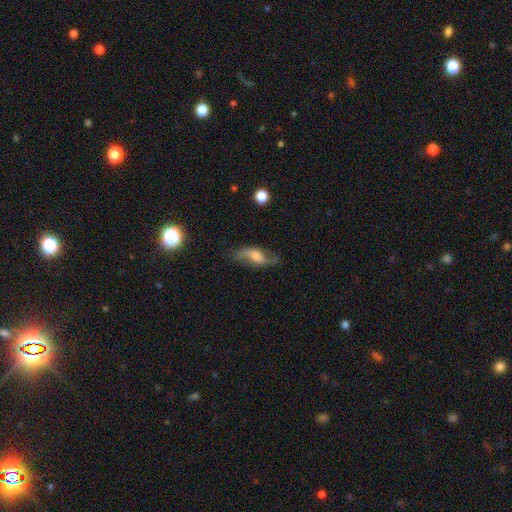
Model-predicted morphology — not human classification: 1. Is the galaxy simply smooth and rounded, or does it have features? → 67% featured or disk, 23% smooth, 10% star or artifact.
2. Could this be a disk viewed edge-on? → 86% no, 14% yes.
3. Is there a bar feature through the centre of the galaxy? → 44% no, 42% weak, 15% strong.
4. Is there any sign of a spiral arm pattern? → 90% yes, 10% no.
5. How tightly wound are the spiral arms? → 77% loose, 18% medium, 5% tight.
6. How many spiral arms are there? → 89% 2, 5% can't tell, 3% 1, 1% 3, 1% 4, 1% more than 4.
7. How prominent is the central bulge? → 43% moderate, 30% small, 14% large, 10% none, 3% dominant.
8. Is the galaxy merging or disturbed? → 70% none, 19% minor disturbance, 9% major disturbance, 2% merger.